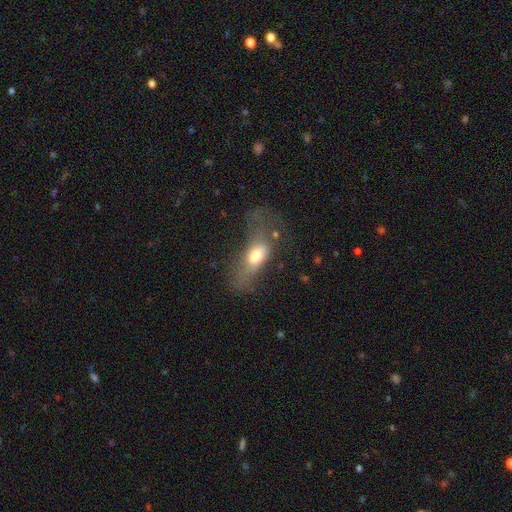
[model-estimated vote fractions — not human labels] Q: Smooth or featured?
A: smooth (60%); runner-up: featured or disk (31%)
Q: How rounded?
A: in between (75%); runner-up: cigar-shaped (19%)
Q: Merging?
A: major disturbance (49%); runner-up: none (25%)